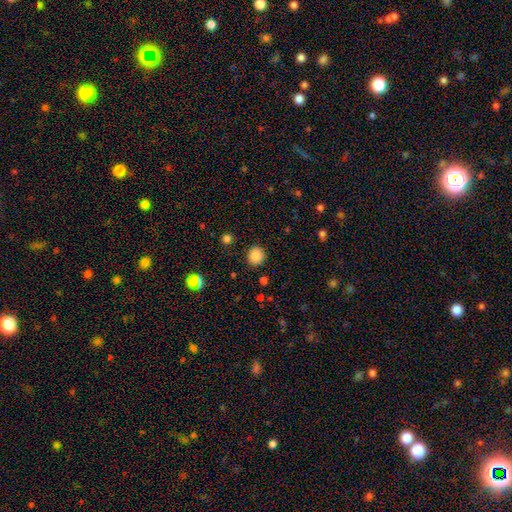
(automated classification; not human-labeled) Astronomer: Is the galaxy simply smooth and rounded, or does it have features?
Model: smooth — 85%.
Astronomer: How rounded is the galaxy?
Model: round — 87%.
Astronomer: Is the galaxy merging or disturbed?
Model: none — 90%.